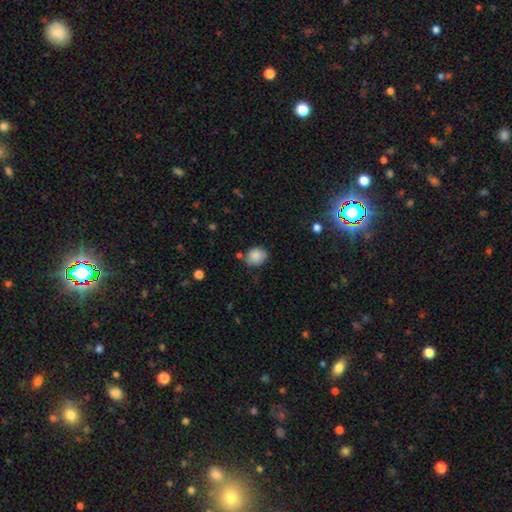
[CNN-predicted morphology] Smooth or featured? Predicted: smooth (p=0.87). How rounded? Predicted: round (p=0.53). Merging? Predicted: none (p=0.74).